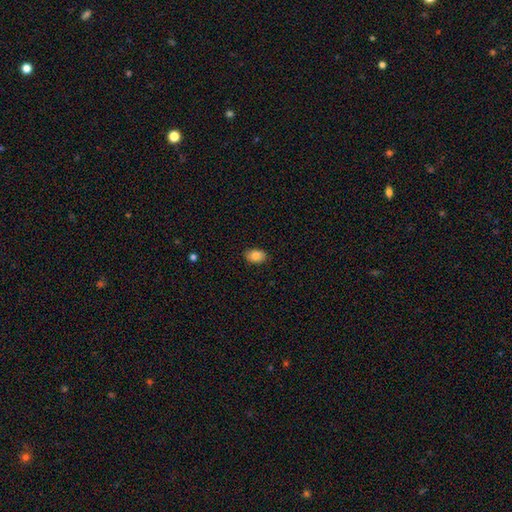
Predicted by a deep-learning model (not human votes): Smooth or featured?
  - smooth: 85% *
  - star or artifact: 8%
  - featured or disk: 7%
How rounded?
  - in between: 81% *
  - round: 17%
  - cigar-shaped: 1%
Merging?
  - none: 86% *
  - minor disturbance: 11%
  - major disturbance: 2%
  - merger: 1%